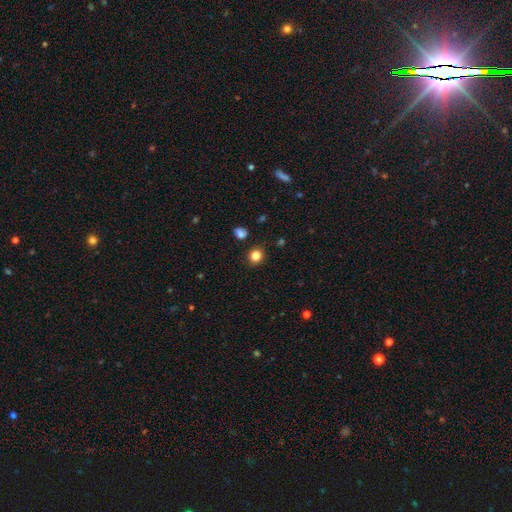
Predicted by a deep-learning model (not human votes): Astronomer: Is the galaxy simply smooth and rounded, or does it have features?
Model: smooth — 83%.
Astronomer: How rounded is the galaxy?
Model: round — 83%.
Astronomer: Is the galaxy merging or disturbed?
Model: none — 88%.